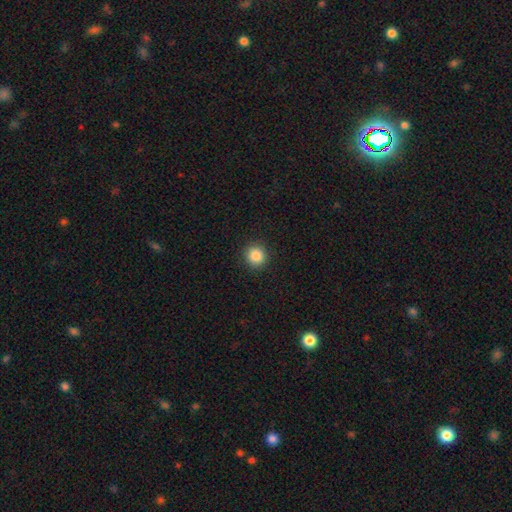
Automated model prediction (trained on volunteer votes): smooth 86%, star or artifact 10%, featured or disk 4%. Down the decision tree: how rounded — round (91%); merging — none (92%).